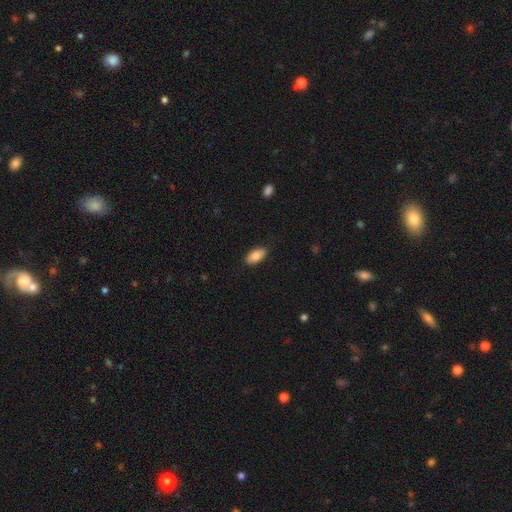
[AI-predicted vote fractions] Morphology: type=smooth (83%); roundness=in between (93%); merging=none (88%).